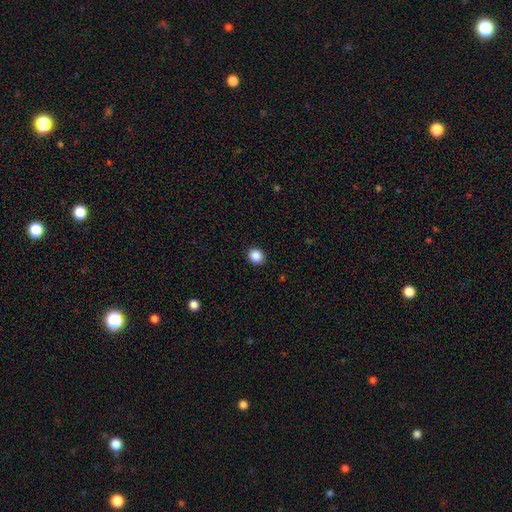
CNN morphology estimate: This is clearly a smooth galaxy (87%). How rounded: clearly round (83%). Merging: clearly none (91%).